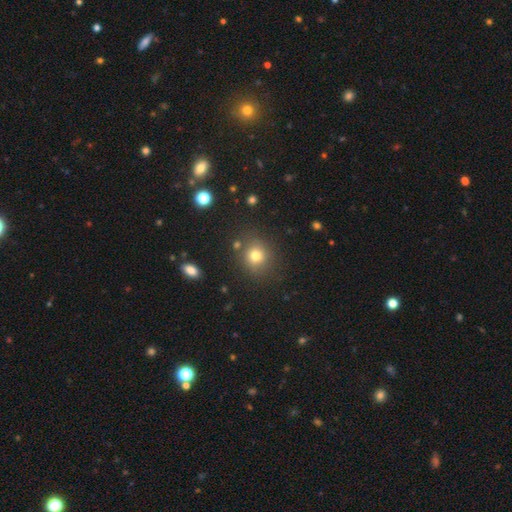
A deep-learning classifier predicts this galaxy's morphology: smooth_or_featured: smooth (p=0.75) [alt: star or artifact p=0.16]
how_rounded: round (p=0.81) [alt: in between p=0.18]
merging: none (p=0.80) [alt: minor disturbance p=0.11]